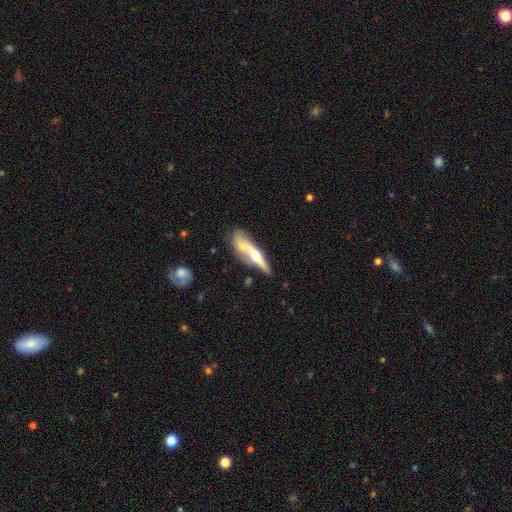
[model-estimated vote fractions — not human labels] Q: Smooth or featured?
A: featured or disk (58%); runner-up: smooth (37%)
Q: Edge-on disk?
A: yes (82%); runner-up: no (18%)
Q: Merging?
A: none (45%); runner-up: merger (30%)